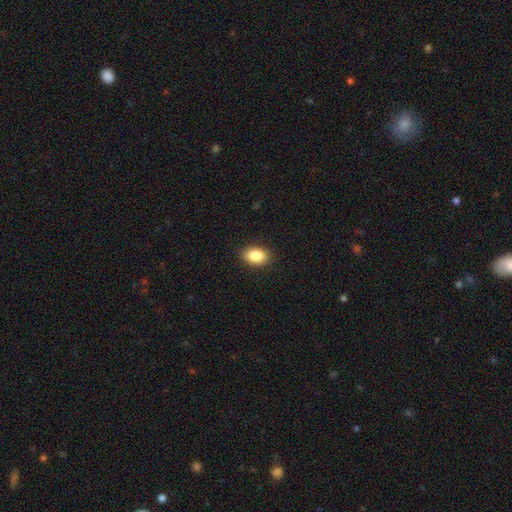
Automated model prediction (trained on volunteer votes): smooth 87%, star or artifact 8%, featured or disk 6%. Down the decision tree: how rounded — in between (85%); merging — none (90%).